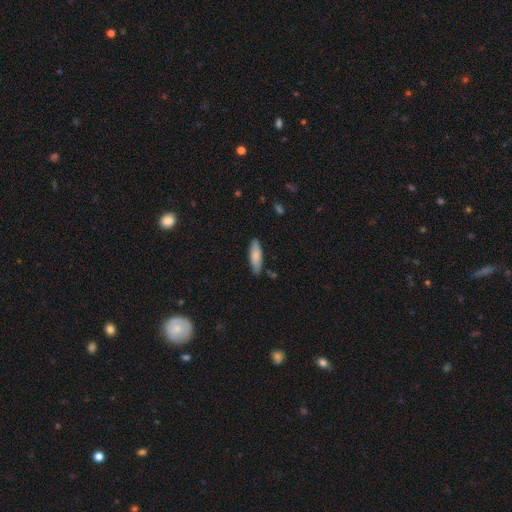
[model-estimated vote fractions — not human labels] This is likely a smooth galaxy (79%). How rounded: possibly cigar-shaped (50%). Merging: clearly none (81%).